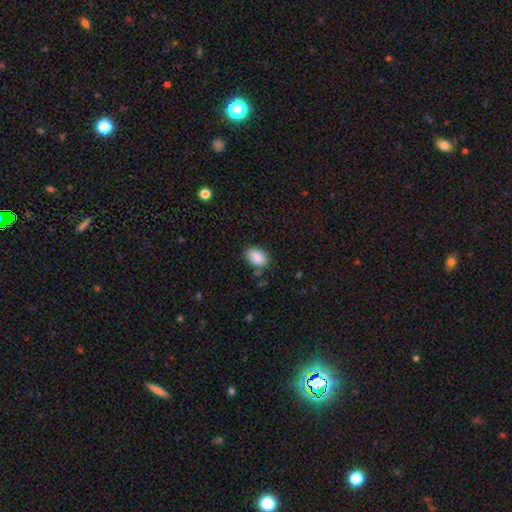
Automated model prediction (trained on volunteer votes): Q: Smooth or featured?
A: smooth (89%); runner-up: star or artifact (7%)
Q: How rounded?
A: in between (88%); runner-up: round (11%)
Q: Merging?
A: none (79%); runner-up: minor disturbance (15%)